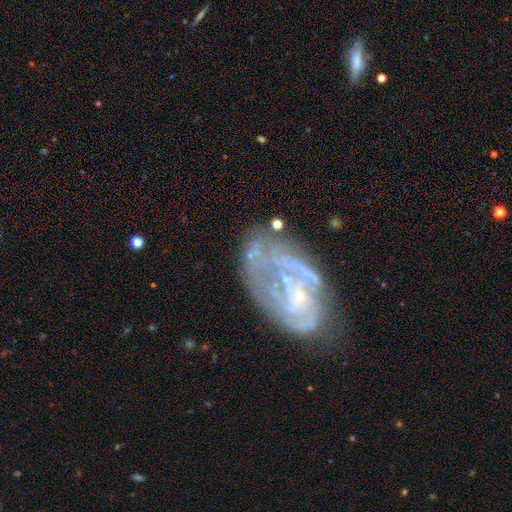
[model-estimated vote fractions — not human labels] Smooth or featured: featured or disk — 77% (smooth — 13%)
Edge-on disk: no — 97% (yes — 3%)
Bar: no — 69% (weak — 24%)
Spiral arms: yes — 75% (no — 25%)
Spiral winding: tight — 48% (medium — 34%)
Spiral arm count: can't tell — 39% (2 — 22%)
Bulge size: small — 55% (none — 28%)
Merging: none — 41% (major disturbance — 29%)